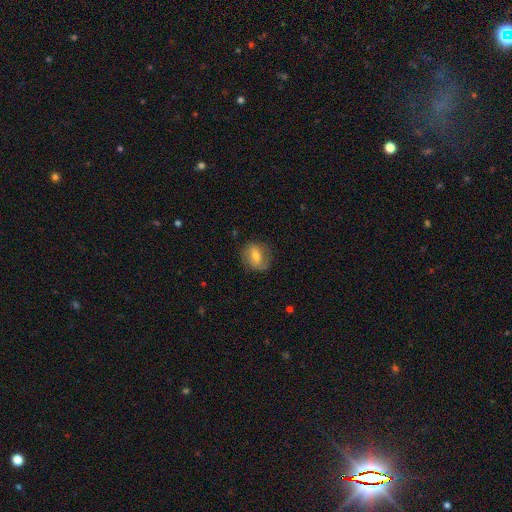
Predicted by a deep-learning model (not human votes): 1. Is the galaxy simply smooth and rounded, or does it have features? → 59% smooth, 32% featured or disk, 9% star or artifact.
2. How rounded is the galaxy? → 57% round, 41% in between, 2% cigar-shaped.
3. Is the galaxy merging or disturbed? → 77% none, 16% minor disturbance, 6% major disturbance, 1% merger.